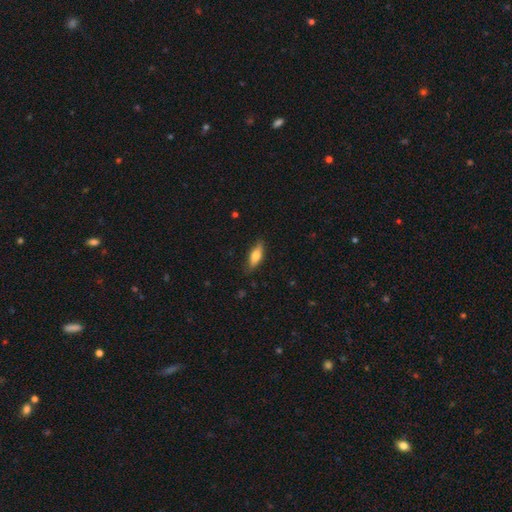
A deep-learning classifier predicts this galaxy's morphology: Q: Smooth or featured?
A: smooth (68%); runner-up: featured or disk (25%)
Q: How rounded?
A: in between (58%); runner-up: cigar-shaped (40%)
Q: Merging?
A: none (82%); runner-up: minor disturbance (14%)